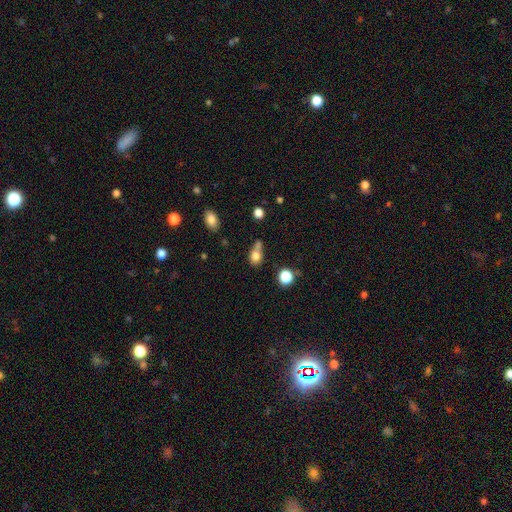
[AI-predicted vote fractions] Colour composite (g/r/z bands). It shows a smooth galaxy with no disk features (77%) that is round (52%). Merging: none (40%).